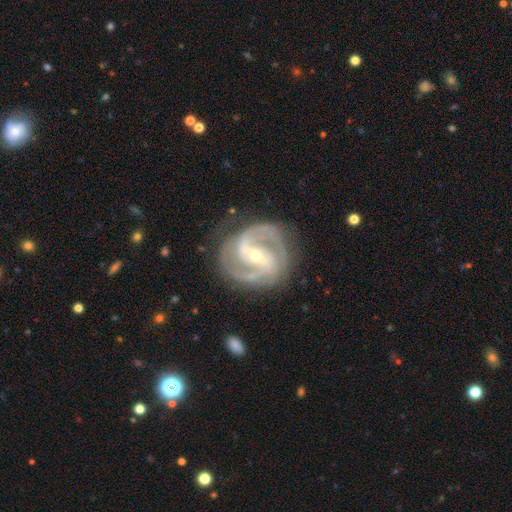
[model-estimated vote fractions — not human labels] Smooth or featured? featured or disk (92%)
Edge-on disk? no (98%)
Bar? strong (50%)
Spiral arms? yes (98%)
Spiral winding? medium (51%)
Spiral arm count? 2 (80%)
Bulge size? small (61%)
Merging? none (77%)